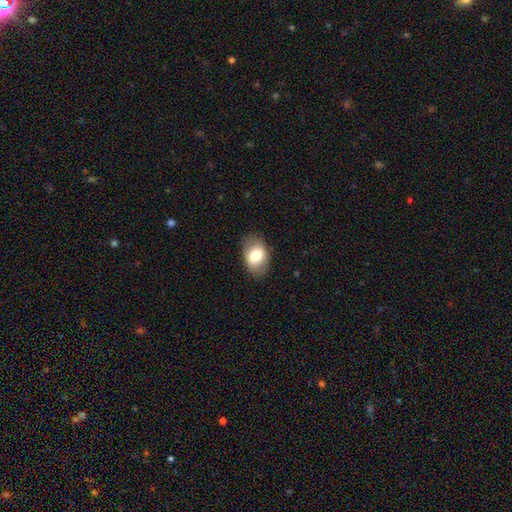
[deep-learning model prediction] This appears to be a smooth galaxy with no disk features (76%) that is in between round and cigar-shaped (86%). Merging: none (82%).